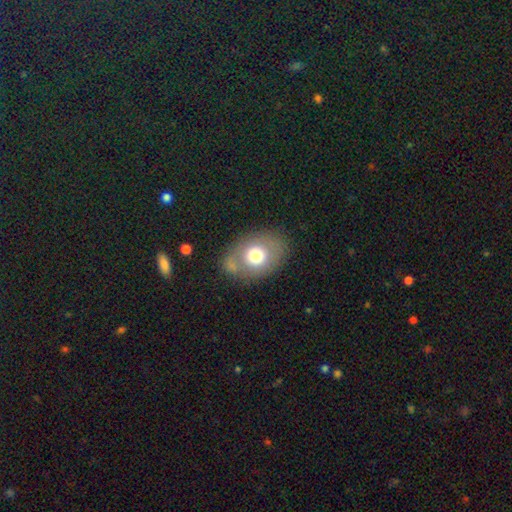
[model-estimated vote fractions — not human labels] This is likely a smooth galaxy (67%). How rounded: likely in between (69%). Merging: likely none (70%).